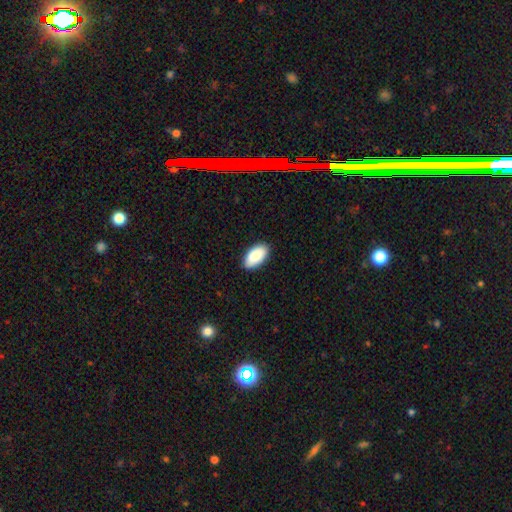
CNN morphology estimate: Smooth or featured?
  - smooth: 89% *
  - star or artifact: 6%
  - featured or disk: 5%
How rounded?
  - in between: 96% *
  - round: 3%
  - cigar-shaped: 2%
Merging?
  - none: 88% *
  - minor disturbance: 9%
  - major disturbance: 2%
  - merger: 1%